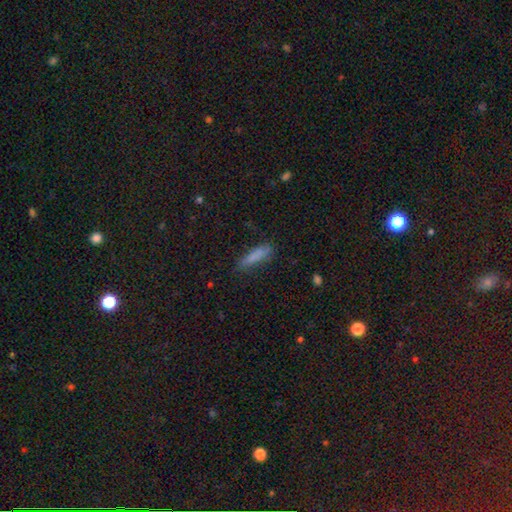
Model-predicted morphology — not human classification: The model was most divided on "how rounded": cigar-shaped: 75%, in between: 23%, round: 2%. More confident: smooth or featured — smooth (82%); merging — none (74%).